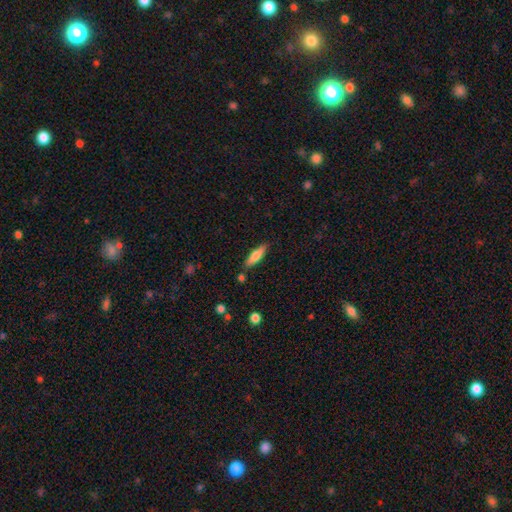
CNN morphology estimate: The model was most divided on "how rounded": cigar-shaped: 65%, in between: 33%, round: 2%. More confident: merging — none (82%); smooth or featured — smooth (74%).